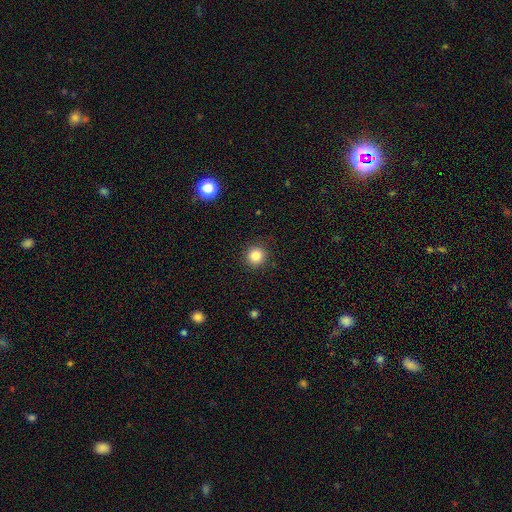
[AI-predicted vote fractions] Q: Smooth or featured?
A: smooth (84%); runner-up: star or artifact (11%)
Q: How rounded?
A: round (94%); runner-up: in between (5%)
Q: Merging?
A: none (91%); runner-up: minor disturbance (6%)